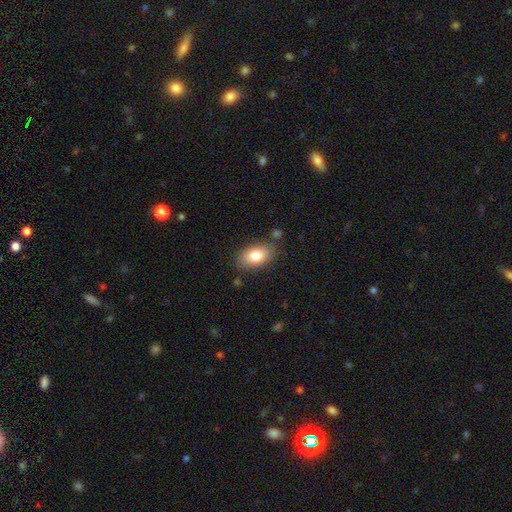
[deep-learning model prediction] Smooth or featured: smooth — 81% (featured or disk — 12%)
How rounded: in between — 91% (round — 6%)
Merging: none — 80% (minor disturbance — 13%)